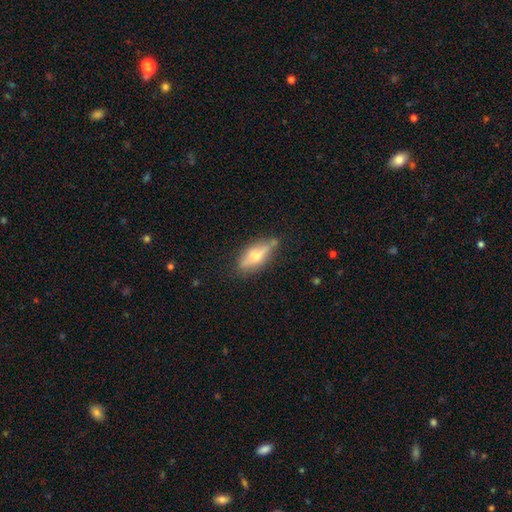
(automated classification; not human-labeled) Morphology: type=featured or disk (50%); edge-on=yes (83%); merging=none (71%).